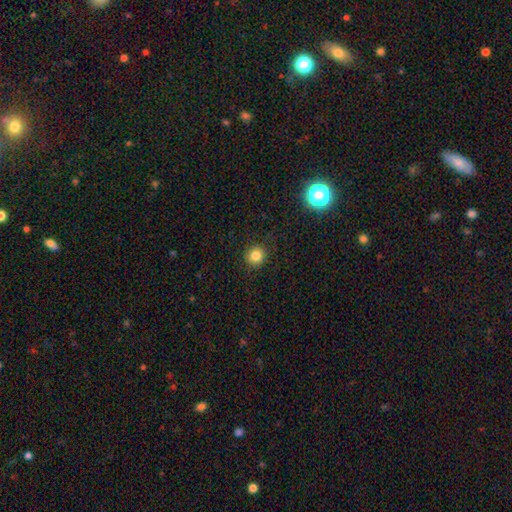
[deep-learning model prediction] A smooth galaxy with no disk features (82%) that is round (89%).

Vote fractions:
- Smooth or featured? smooth: 82% / star or artifact: 12% / featured or disk: 5%
- How rounded? round: 89% / in between: 10% / cigar-shaped: 1%
- Merging? none: 89% / minor disturbance: 7% / major disturbance: 2% / merger: 1%